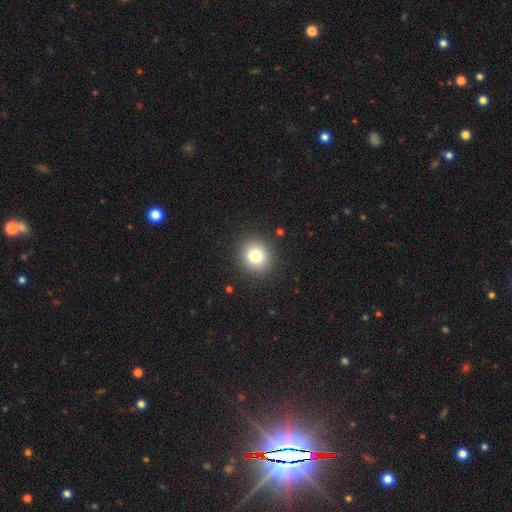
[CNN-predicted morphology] The model was most divided on "smooth or featured": smooth: 79%, star or artifact: 12%, featured or disk: 9%. More confident: merging — none (89%); how rounded — round (85%).